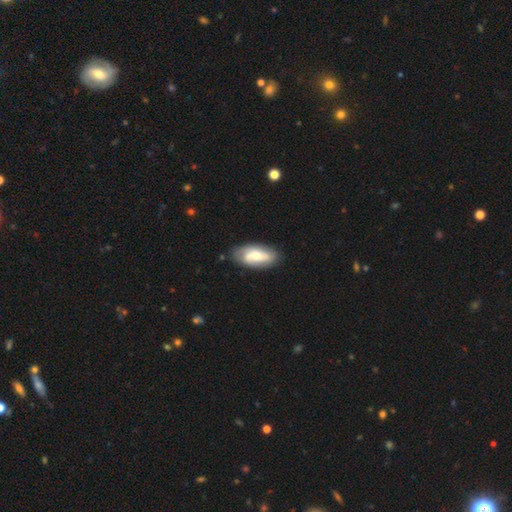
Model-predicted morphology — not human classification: type=smooth (52%); roundness=in between (88%); merging=none (77%).